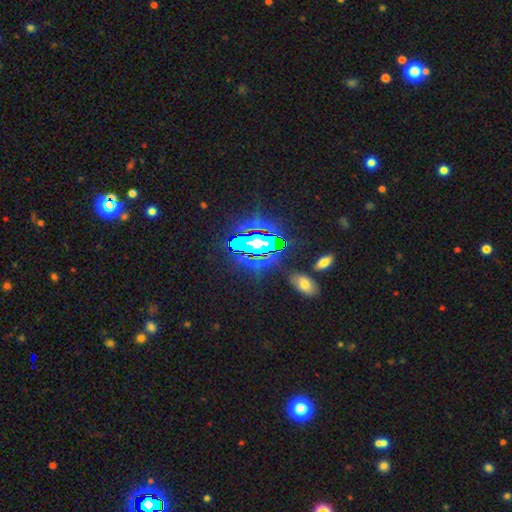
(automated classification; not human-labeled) A star or artifact, not a galaxy (77%).

Vote fractions:
- Smooth or featured? star or artifact: 77% / smooth: 13% / featured or disk: 10%